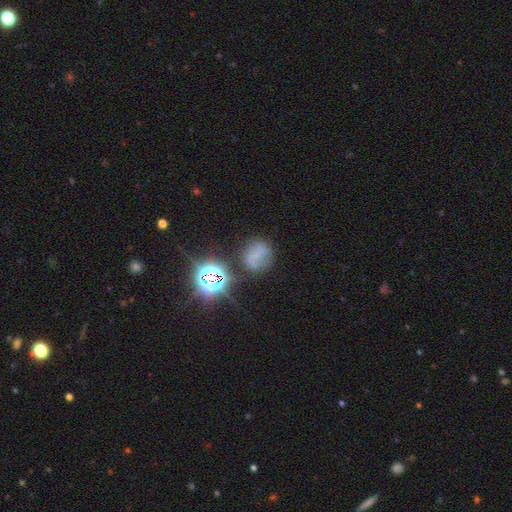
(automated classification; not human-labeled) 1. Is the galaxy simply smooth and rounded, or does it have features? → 42% smooth, 32% star or artifact, 26% featured or disk.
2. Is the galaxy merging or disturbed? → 61% none, 21% minor disturbance, 13% major disturbance, 6% merger.